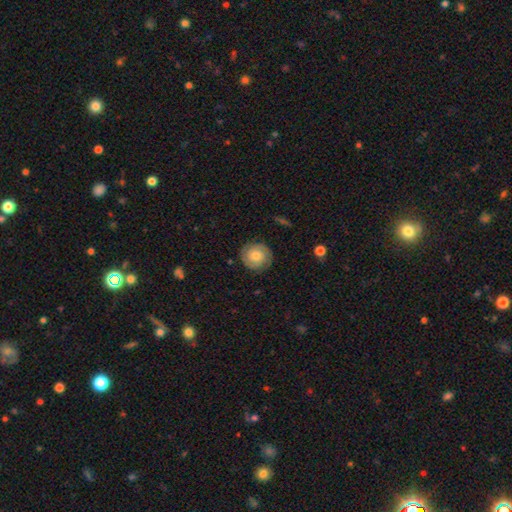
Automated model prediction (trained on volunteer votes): The model was most divided on "bulge size": moderate: 56%, small: 34%, large: 6%, none: 3%, dominant: 2%. More confident: edge-on disk — no (97%); spiral arms — yes (90%); merging — none (85%); bar — no (77%); spiral winding — tight (73%); spiral arm count — 2 (72%); smooth or featured — featured or disk (59%).